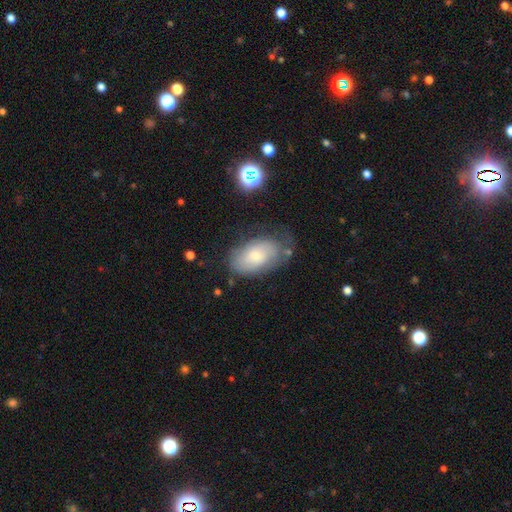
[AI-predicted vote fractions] Smooth or featured?
  - smooth: 52% *
  - featured or disk: 40%
  - star or artifact: 9%
How rounded?
  - in between: 91% *
  - round: 7%
  - cigar-shaped: 2%
Merging?
  - none: 55% *
  - minor disturbance: 28%
  - major disturbance: 13%
  - merger: 4%